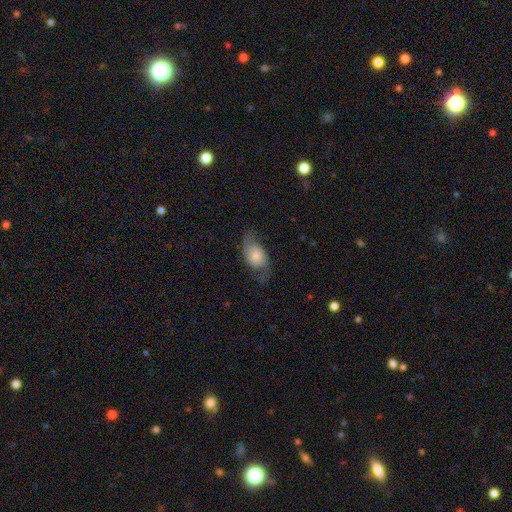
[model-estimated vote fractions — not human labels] Morphology: type=featured or disk (60%); edge-on=no (94%); bar=no (65%); spiral arms=yes (89%); bulge=moderate (37%); merging=none (63%).